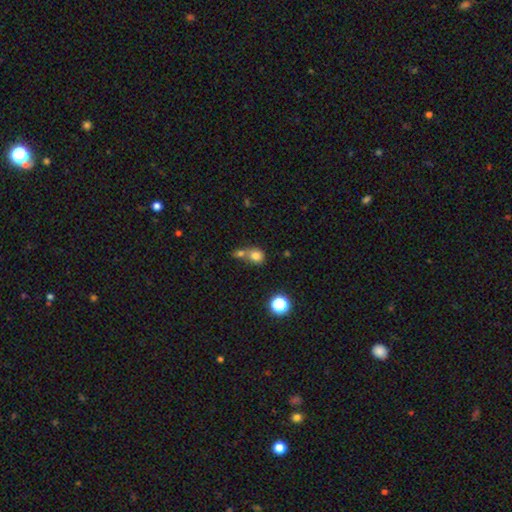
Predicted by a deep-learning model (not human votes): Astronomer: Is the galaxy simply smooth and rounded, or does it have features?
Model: smooth — 78%.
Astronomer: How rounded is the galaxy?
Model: round — 72%.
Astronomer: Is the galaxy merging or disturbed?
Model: merger — 50% (runner-up: none, 38%).